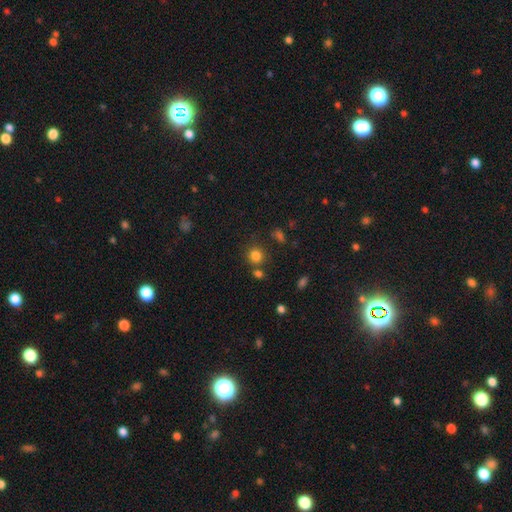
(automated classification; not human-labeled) Smooth or featured: smooth — 81% (star or artifact — 13%)
How rounded: round — 84% (in between — 15%)
Merging: none — 73% (merger — 12%)